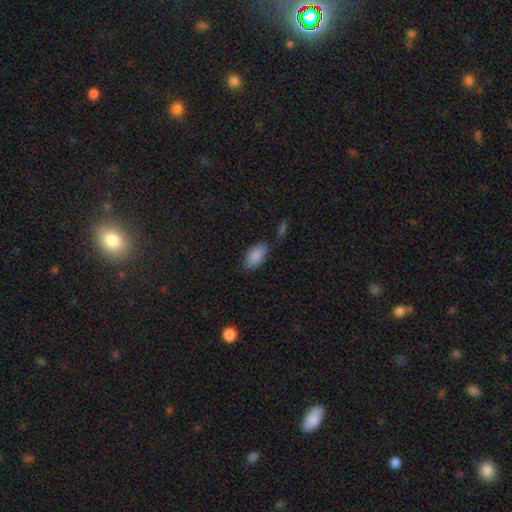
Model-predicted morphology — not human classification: Smooth or featured? Predicted: smooth (p=0.88). How rounded? Predicted: in between (p=0.93). Merging? Predicted: none (p=0.75).